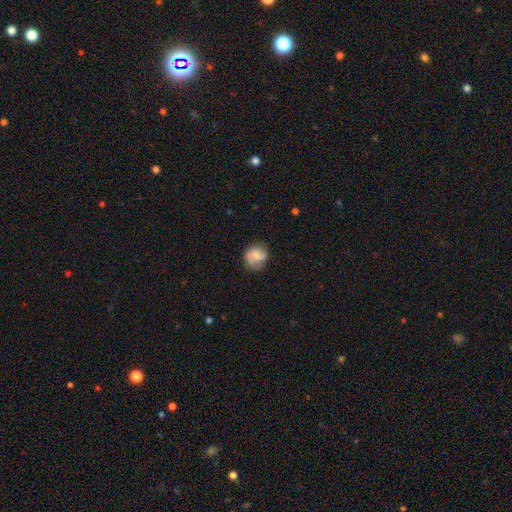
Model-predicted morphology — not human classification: A smooth galaxy with no disk features (61%) that is round (82%).

Vote fractions:
- Smooth or featured? smooth: 61% / featured or disk: 32% / star or artifact: 7%
- How rounded? round: 82% / in between: 17% / cigar-shaped: 1%
- Merging? none: 72% / minor disturbance: 20% / major disturbance: 6% / merger: 1%